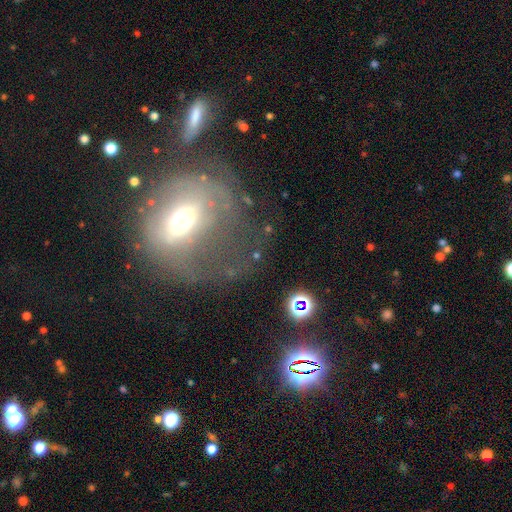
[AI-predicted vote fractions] Overall: featured or disk (52%; smooth 27%). Edge-on disk: no (86%). Merging: none (48%; major disturbance 29%).